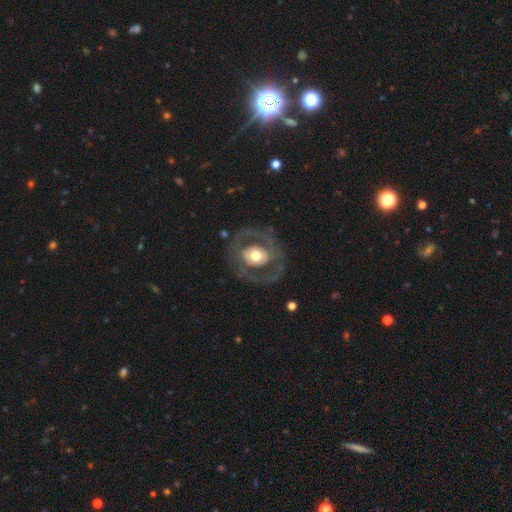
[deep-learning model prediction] A featured or disk galaxy (64%) with no bar (69%), no spiral arms (66%) and a moderate central bulge (56%). Merging: none (74%).